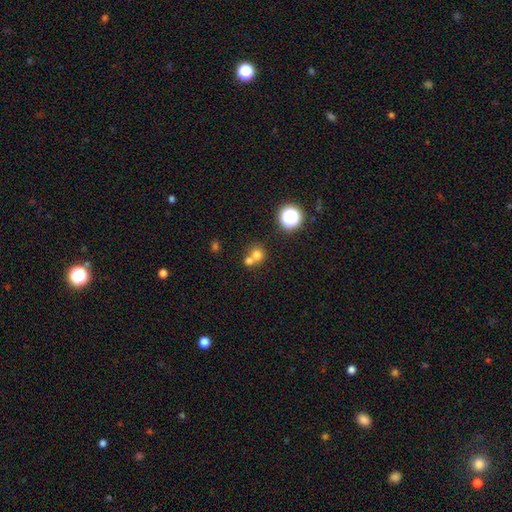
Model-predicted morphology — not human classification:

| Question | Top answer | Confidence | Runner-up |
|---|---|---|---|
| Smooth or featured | smooth | 71% | star or artifact (17%) |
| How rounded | round | 83% | in between (16%) |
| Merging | merger | 51% | none (40%) |